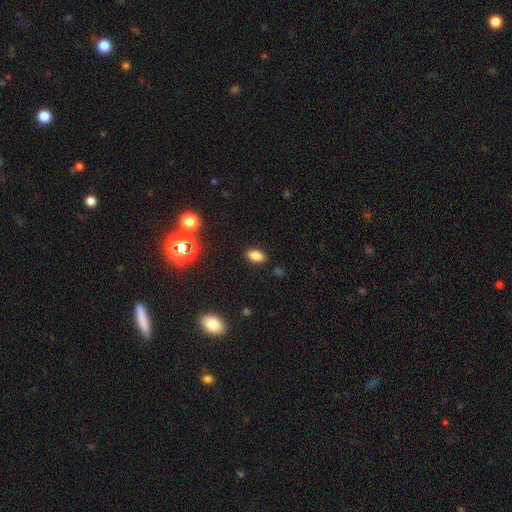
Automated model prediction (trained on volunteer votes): Smooth or featured?
  - smooth: 80% *
  - star or artifact: 14%
  - featured or disk: 6%
How rounded?
  - in between: 88% *
  - round: 8%
  - cigar-shaped: 4%
Merging?
  - none: 87% *
  - minor disturbance: 9%
  - major disturbance: 2%
  - merger: 1%